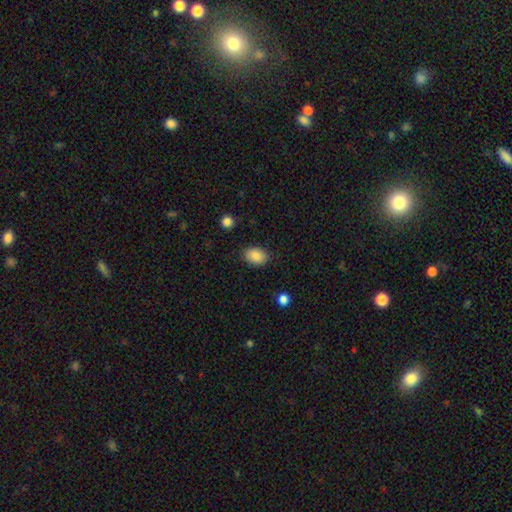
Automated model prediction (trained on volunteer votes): A smooth galaxy with no disk features (88%) that is in between round and cigar-shaped (80%).

Vote fractions:
- Smooth or featured? smooth: 88% / star or artifact: 8% / featured or disk: 5%
- How rounded? in between: 80% / round: 19% / cigar-shaped: 1%
- Merging? none: 85% / minor disturbance: 11% / major disturbance: 3% / merger: 1%